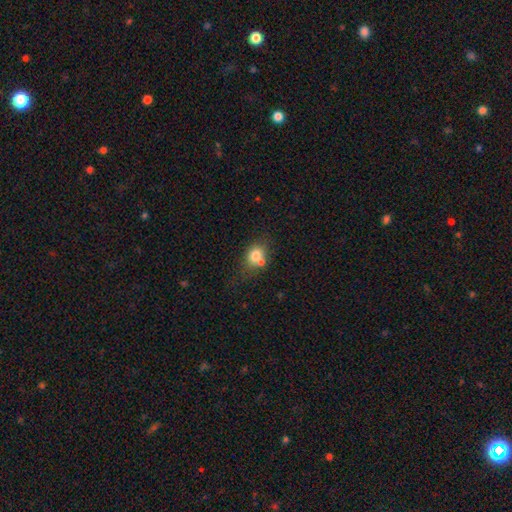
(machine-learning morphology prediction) Overall: smooth (75%). How rounded: round (53%; in between 46%). Merging: none (48%; merger 29%).